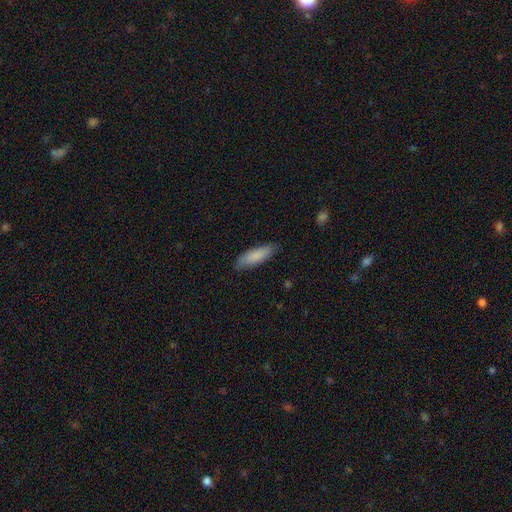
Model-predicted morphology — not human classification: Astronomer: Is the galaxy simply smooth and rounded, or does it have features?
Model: smooth — 85%.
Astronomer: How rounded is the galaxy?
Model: cigar-shaped — 56% (runner-up: in between, 42%).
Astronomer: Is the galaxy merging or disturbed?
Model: none — 83%.